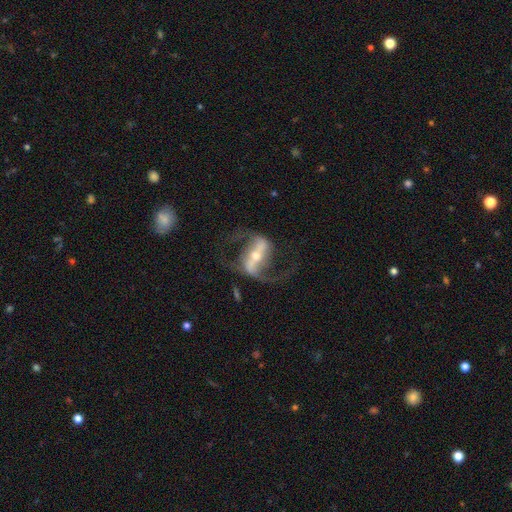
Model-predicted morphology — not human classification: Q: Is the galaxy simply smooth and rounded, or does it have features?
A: featured or disk — 90%.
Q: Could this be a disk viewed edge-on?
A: no — 95%.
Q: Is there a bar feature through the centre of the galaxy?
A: strong — 69%.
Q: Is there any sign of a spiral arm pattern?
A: yes — 95%.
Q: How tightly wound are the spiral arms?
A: loose — 52%.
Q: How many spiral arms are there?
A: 2 — 93%.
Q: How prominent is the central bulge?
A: small — 51%.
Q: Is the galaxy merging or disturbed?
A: none — 72%.